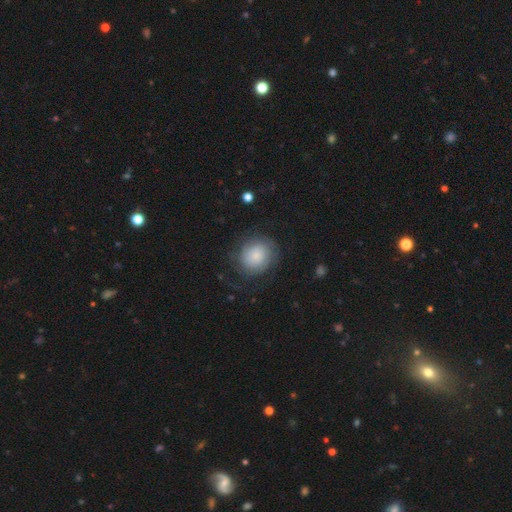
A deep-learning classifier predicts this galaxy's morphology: A smooth galaxy with no disk features (61%) that is round (74%).

Vote fractions:
- Smooth or featured? smooth: 61% / featured or disk: 30% / star or artifact: 8%
- How rounded? round: 74% / in between: 25% / cigar-shaped: 1%
- Merging? none: 68% / minor disturbance: 18% / major disturbance: 13% / merger: 1%